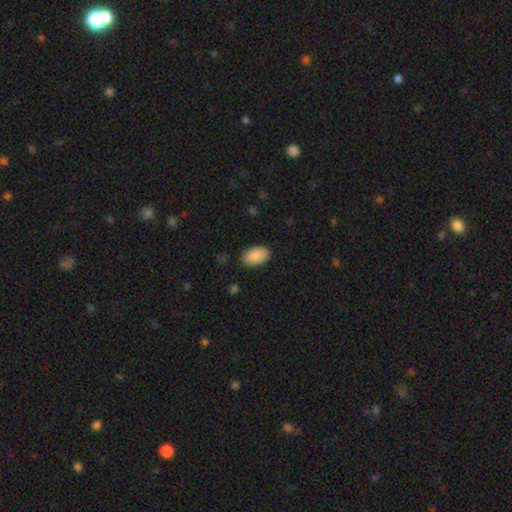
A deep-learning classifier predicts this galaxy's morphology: type=smooth (89%); roundness=in between (93%); merging=none (87%).